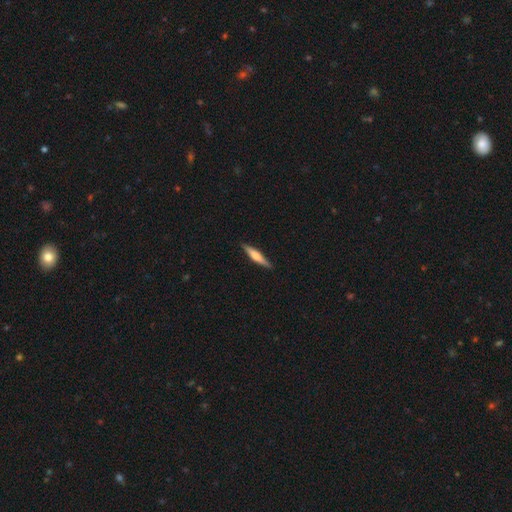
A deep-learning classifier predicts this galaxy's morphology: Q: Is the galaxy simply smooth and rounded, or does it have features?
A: featured or disk — 48%.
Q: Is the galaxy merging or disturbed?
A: none — 90%.